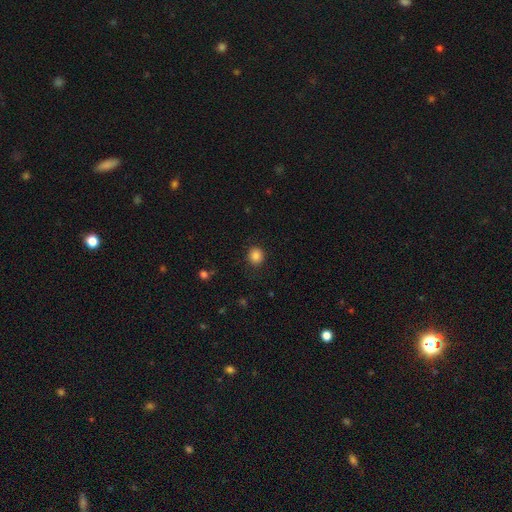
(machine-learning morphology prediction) Smooth or featured?
  - smooth: 85% *
  - star or artifact: 11%
  - featured or disk: 4%
How rounded?
  - round: 88% *
  - in between: 11%
  - cigar-shaped: 1%
Merging?
  - none: 88% *
  - minor disturbance: 8%
  - major disturbance: 3%
  - merger: 1%